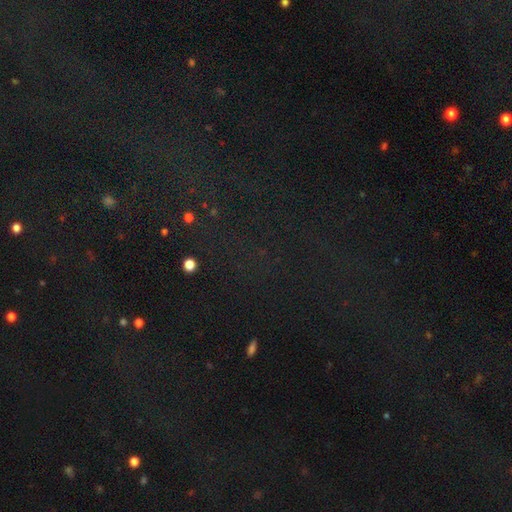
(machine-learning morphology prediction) Smooth or featured? Predicted: star or artifact (p=0.77).